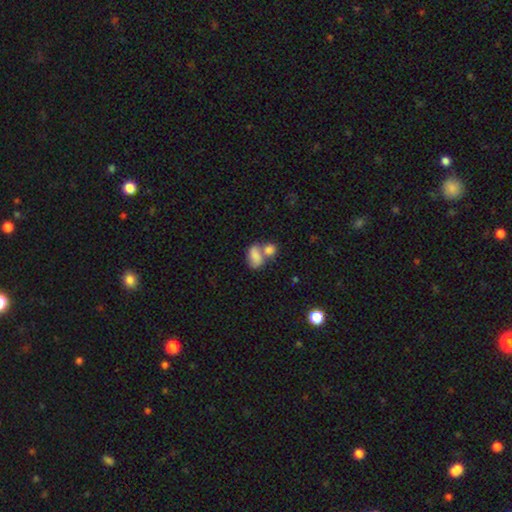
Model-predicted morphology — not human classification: Smooth or featured? Predicted: smooth (p=0.75). How rounded? Predicted: in between (p=0.82). Merging? Predicted: merger (p=0.60).